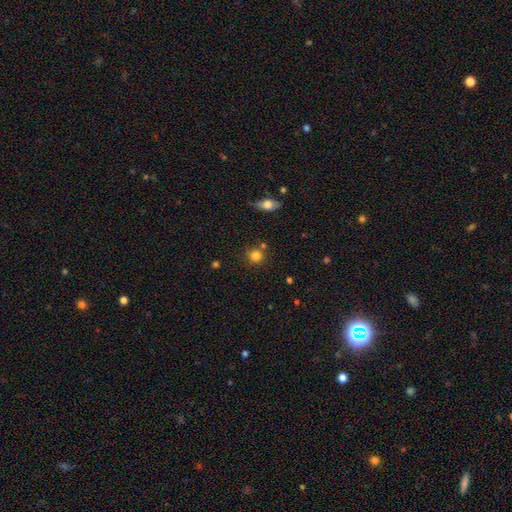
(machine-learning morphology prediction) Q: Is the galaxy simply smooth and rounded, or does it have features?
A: smooth — 81%.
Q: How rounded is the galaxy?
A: round — 91%.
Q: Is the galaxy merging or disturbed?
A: none — 76%.